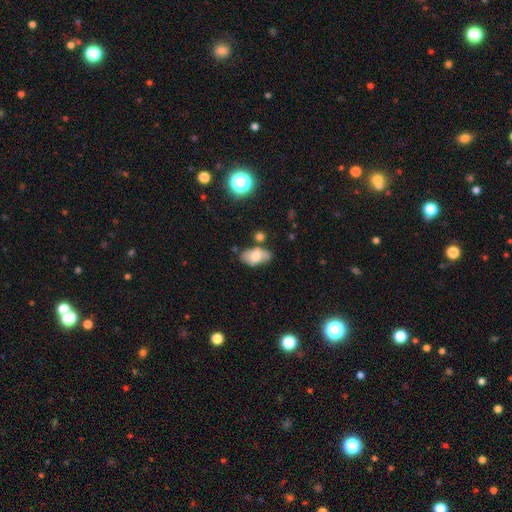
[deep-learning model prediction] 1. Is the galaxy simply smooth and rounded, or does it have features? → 69% smooth, 22% featured or disk, 9% star or artifact.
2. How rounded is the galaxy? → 92% in between, 5% round, 3% cigar-shaped.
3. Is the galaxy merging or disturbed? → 64% none, 22% minor disturbance, 9% merger, 5% major disturbance.